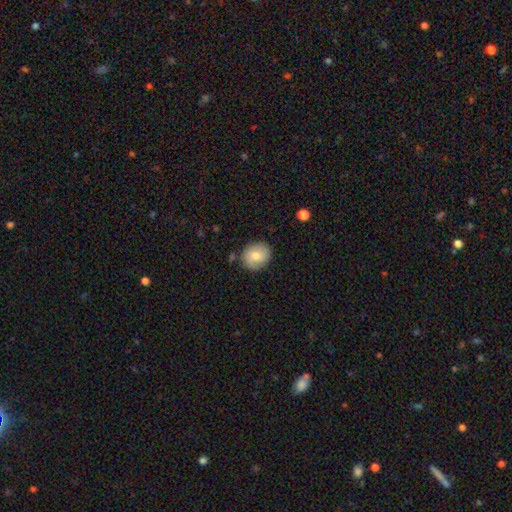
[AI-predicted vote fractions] Smooth or featured: smooth — 79% (featured or disk — 14%)
How rounded: round — 73% (in between — 26%)
Merging: none — 83% (minor disturbance — 12%)